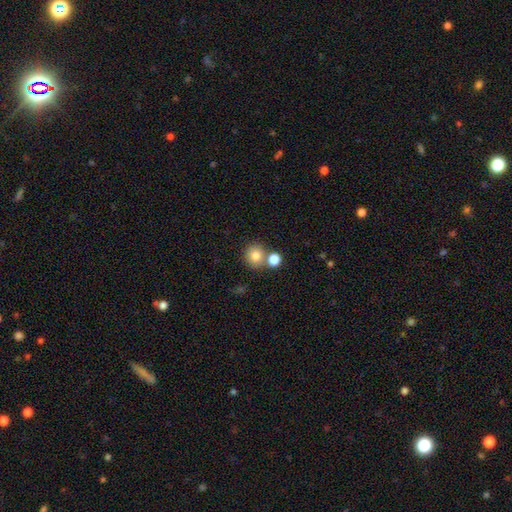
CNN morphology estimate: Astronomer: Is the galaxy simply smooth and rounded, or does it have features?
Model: smooth — 82%.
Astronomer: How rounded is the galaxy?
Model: round — 86%.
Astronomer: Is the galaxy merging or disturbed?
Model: none — 64%.